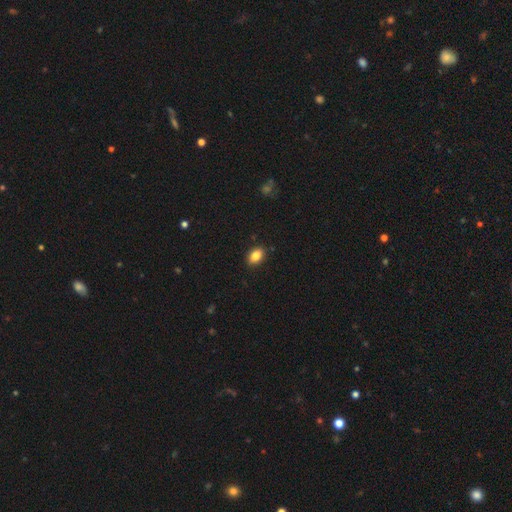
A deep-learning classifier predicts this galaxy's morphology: Smooth or featured: smooth — 86% (star or artifact — 9%)
How rounded: in between — 87% (round — 12%)
Merging: none — 89% (minor disturbance — 8%)